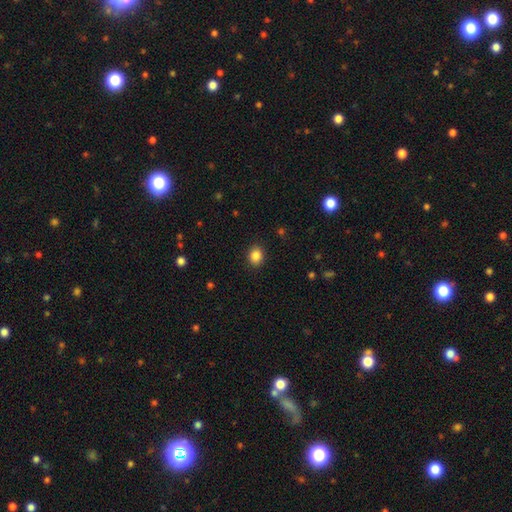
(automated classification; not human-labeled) Morphology: type=smooth (87%); roundness=round (54%); merging=none (90%).